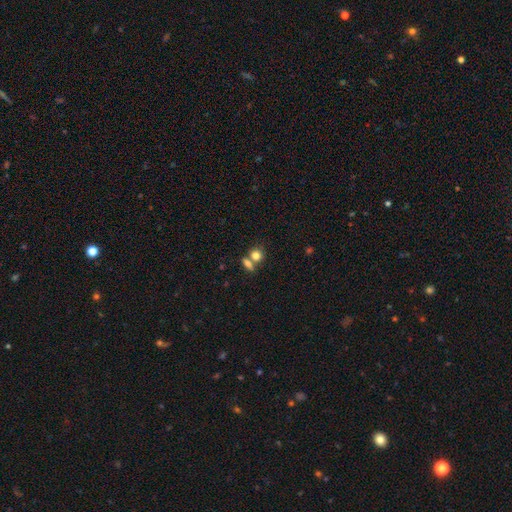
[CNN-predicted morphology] smooth 79%, featured or disk 11%, star or artifact 11%. Down the decision tree: how rounded — round (66%); merging — none (45%).